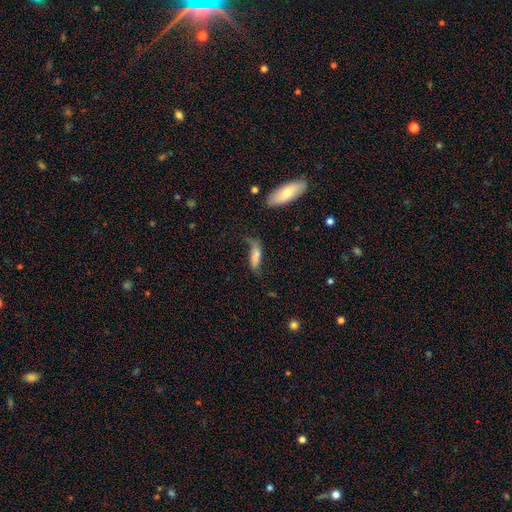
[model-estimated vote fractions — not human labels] Morphology: type=smooth (62%); roundness=in between (52%); merging=none (36%).